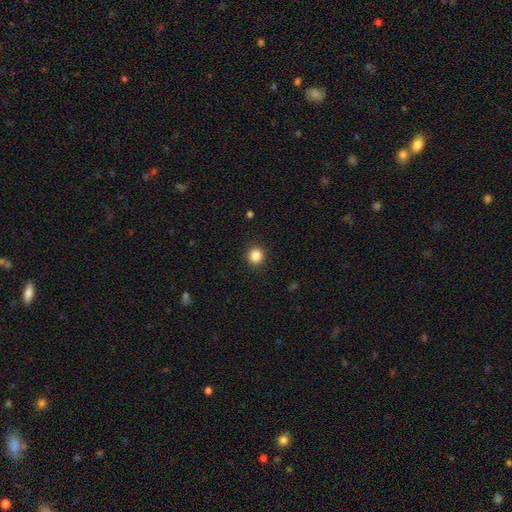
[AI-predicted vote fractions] Smooth or featured: smooth — 85% (star or artifact — 11%)
How rounded: round — 91% (in between — 8%)
Merging: none — 92% (minor disturbance — 5%)